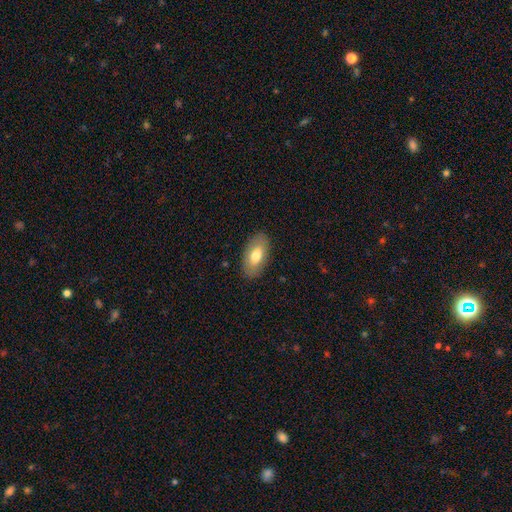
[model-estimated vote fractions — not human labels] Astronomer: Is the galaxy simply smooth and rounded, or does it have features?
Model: smooth — 68%.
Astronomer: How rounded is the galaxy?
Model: in between — 93%.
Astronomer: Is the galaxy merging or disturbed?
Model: none — 86%.